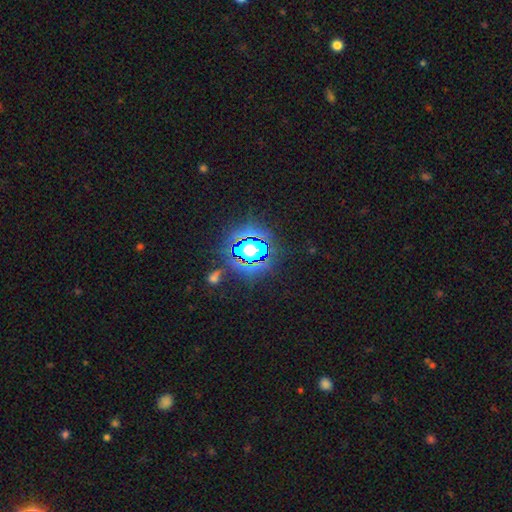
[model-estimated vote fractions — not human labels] smooth_or_featured: star or artifact (p=0.79) [alt: smooth p=0.13]